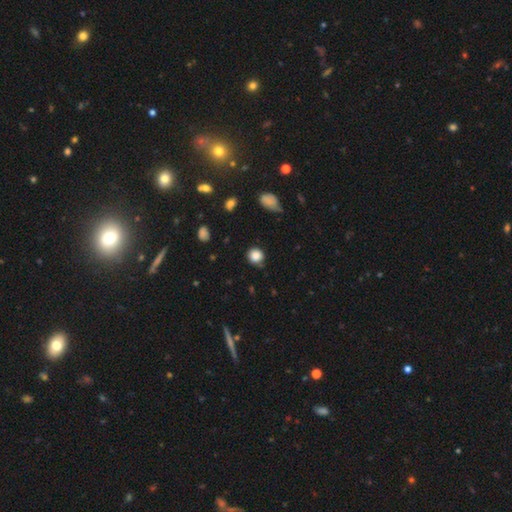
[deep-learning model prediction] Morphology: type=smooth (85%); roundness=round (87%); merging=none (79%).